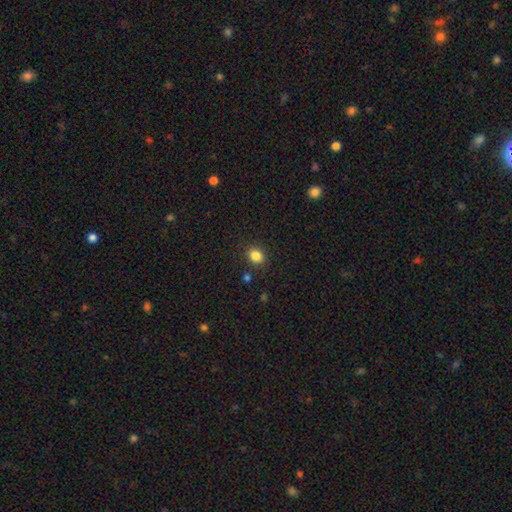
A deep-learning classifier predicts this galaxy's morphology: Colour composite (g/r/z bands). It shows a smooth galaxy with no disk features (84%) that is round (54%). Merging: none (85%).